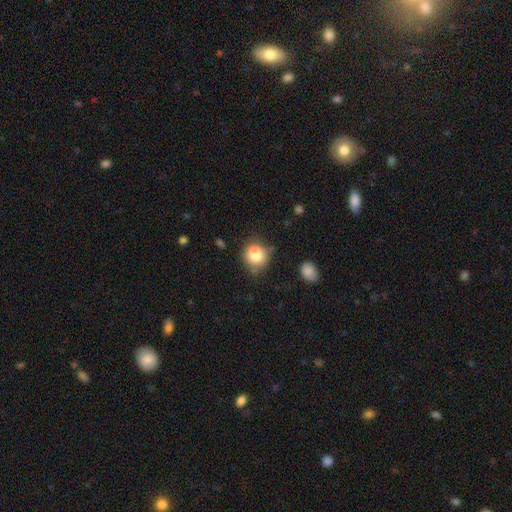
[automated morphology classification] This is clearly a smooth galaxy (81%). How rounded: likely round (73%). Merging: possibly none (59%).